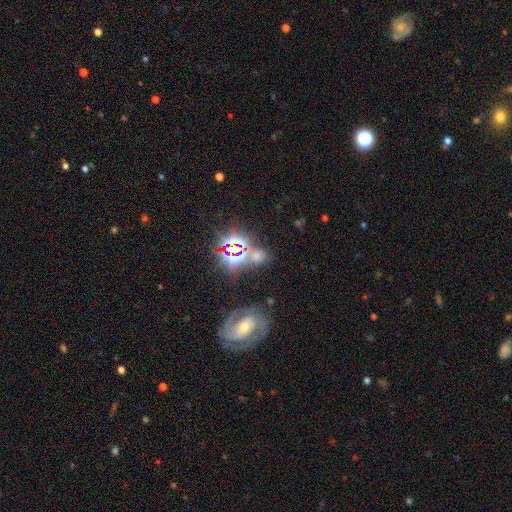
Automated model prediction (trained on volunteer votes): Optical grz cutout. It shows a star or artifact, not a galaxy (45%).